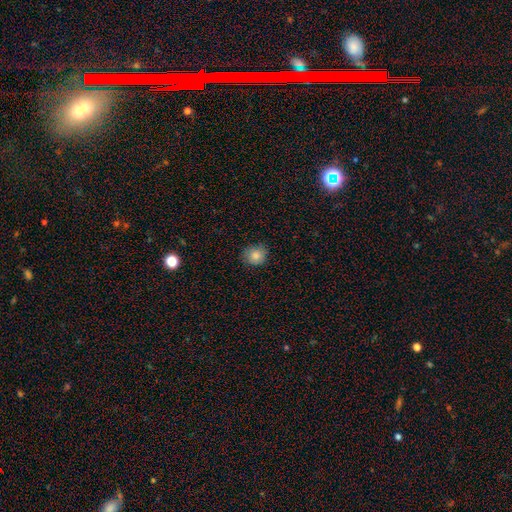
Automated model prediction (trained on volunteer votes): Smooth or featured? Predicted: smooth (p=0.84). How rounded? Predicted: round (p=0.86). Merging? Predicted: none (p=0.84).